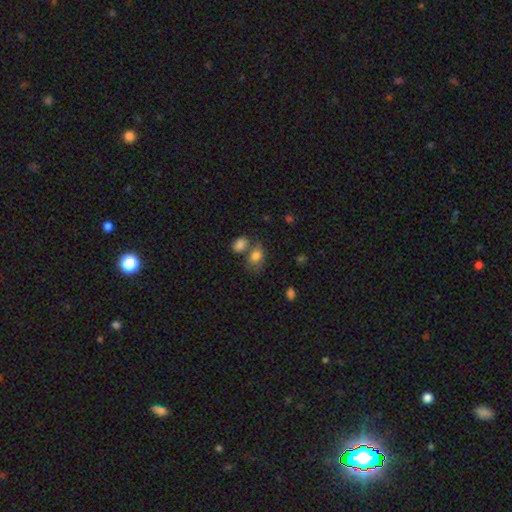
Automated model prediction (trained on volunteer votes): Morphology: type=smooth (78%); roundness=in between (79%); merging=none (40%).